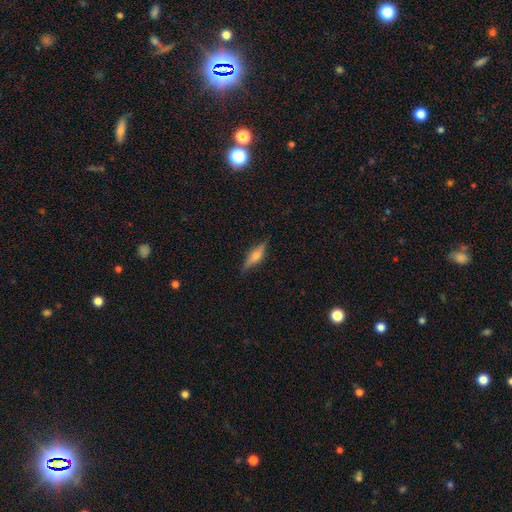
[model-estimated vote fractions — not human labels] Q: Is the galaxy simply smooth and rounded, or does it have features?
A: featured or disk — 61%.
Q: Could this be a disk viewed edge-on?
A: yes — 95%.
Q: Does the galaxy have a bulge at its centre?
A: rounded — 85%.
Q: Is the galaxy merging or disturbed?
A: none — 85%.